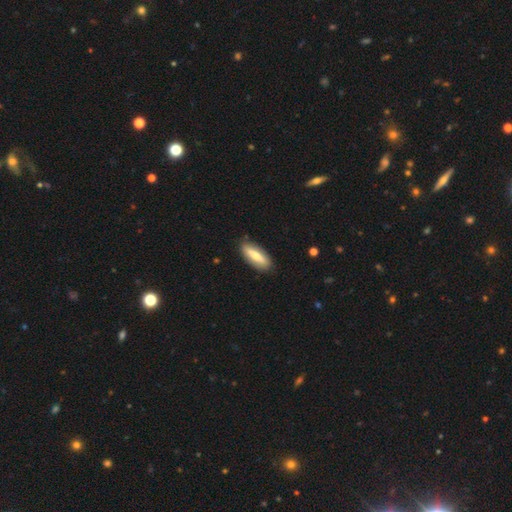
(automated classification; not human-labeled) smooth-or-featured: smooth: 65% | featured or disk: 29% | star or artifact: 6%
  how-rounded: in between: 63% | cigar-shaped: 35% | round: 2%
  merging: none: 85% | minor disturbance: 11% | major disturbance: 2% | merger: 1%